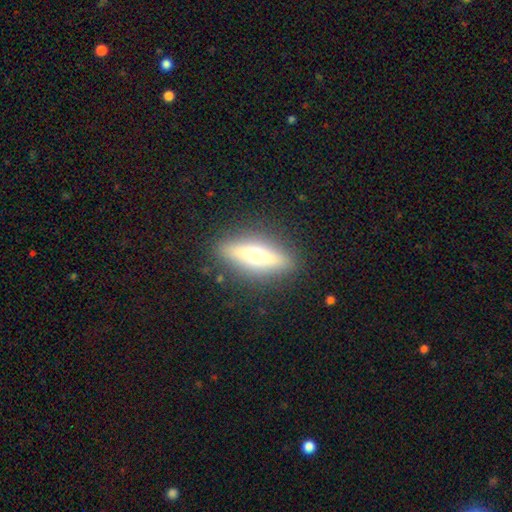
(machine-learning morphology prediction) A featured or disk galaxy (52%) viewed edge-on (85%). Merging: none (89%).